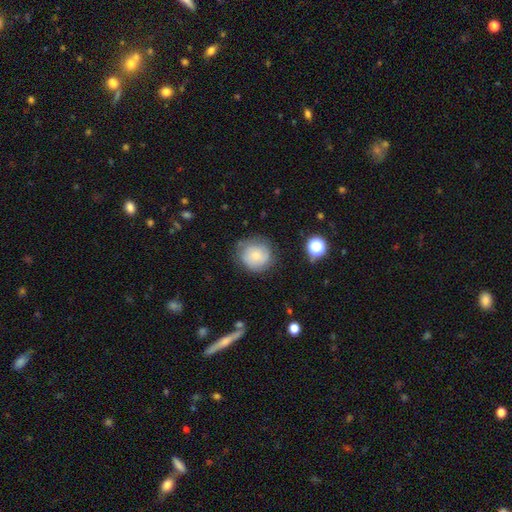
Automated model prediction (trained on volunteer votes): A smooth galaxy with no disk features (61%) that is round (89%).

Vote fractions:
- Smooth or featured? smooth: 61% / featured or disk: 30% / star or artifact: 9%
- How rounded? round: 89% / in between: 10% / cigar-shaped: 1%
- Merging? none: 73% / minor disturbance: 19% / major disturbance: 7% / merger: 2%